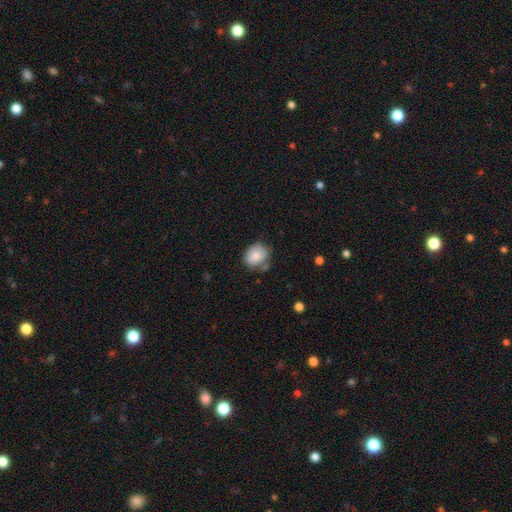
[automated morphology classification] Smooth or featured: smooth — 83% (featured or disk — 10%)
How rounded: in between — 50% (round — 49%)
Merging: none — 64% (minor disturbance — 23%)